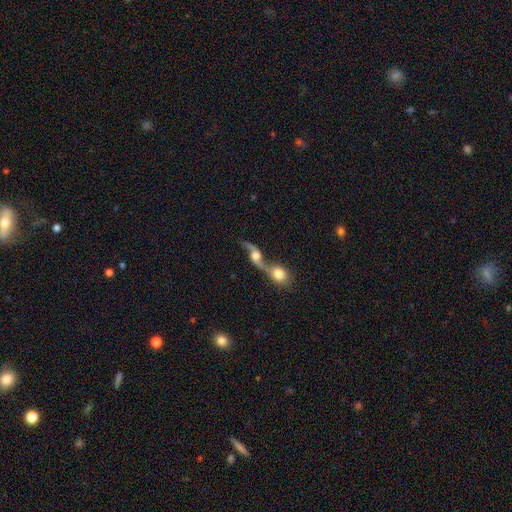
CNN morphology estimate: Q: Smooth or featured?
A: featured or disk (70%); runner-up: smooth (22%)
Q: Edge-on disk?
A: no (84%); runner-up: yes (16%)
Q: Bar?
A: no (66%); runner-up: weak (26%)
Q: Spiral arms?
A: yes (86%); runner-up: no (14%)
Q: Bulge size?
A: moderate (47%); runner-up: large (29%)
Q: Merging?
A: merger (70%); runner-up: none (18%)